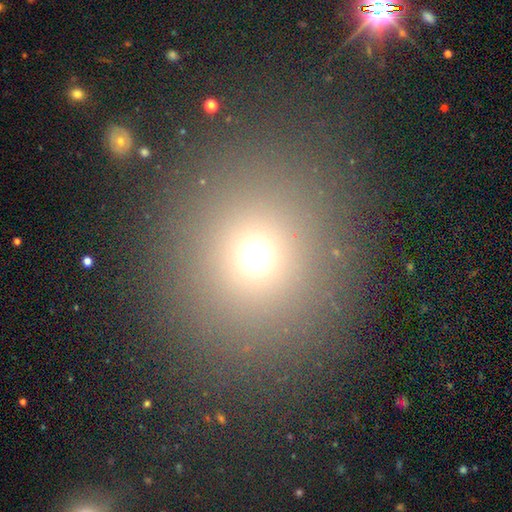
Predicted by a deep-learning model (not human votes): The model was most divided on "smooth or featured": smooth: 68%, star or artifact: 25%, featured or disk: 7%. More confident: how rounded — round (89%); merging — none (86%).